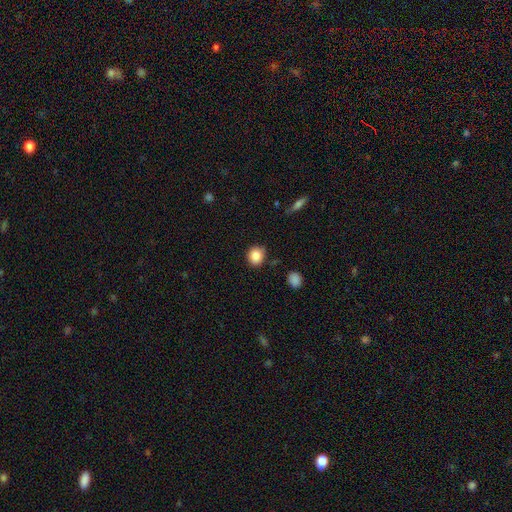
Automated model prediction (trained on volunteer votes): A smooth galaxy with no disk features (87%) that is round (76%). Merging: none (83%).